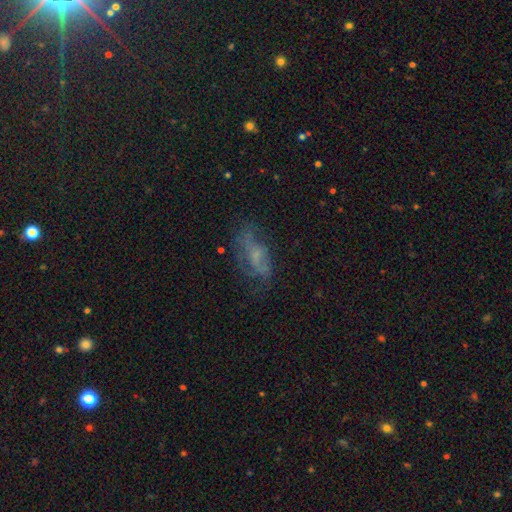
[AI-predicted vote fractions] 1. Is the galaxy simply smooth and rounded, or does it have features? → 45% featured or disk, 38% smooth, 17% star or artifact.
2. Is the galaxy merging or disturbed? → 51% none, 24% minor disturbance, 23% major disturbance, 3% merger.